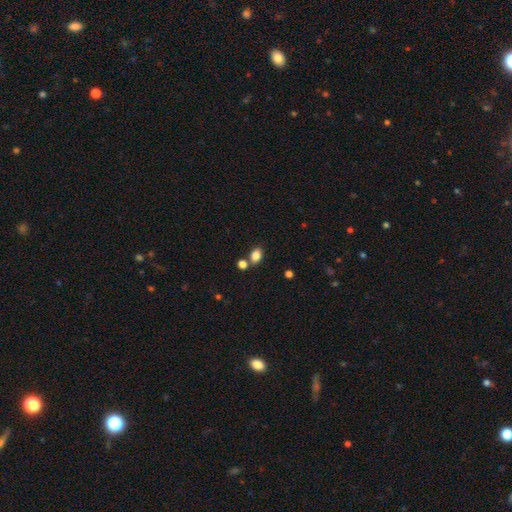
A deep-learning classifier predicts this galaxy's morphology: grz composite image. It shows a smooth galaxy with no disk features (84%) that is in between round and cigar-shaped (71%). Merging: none (68%).